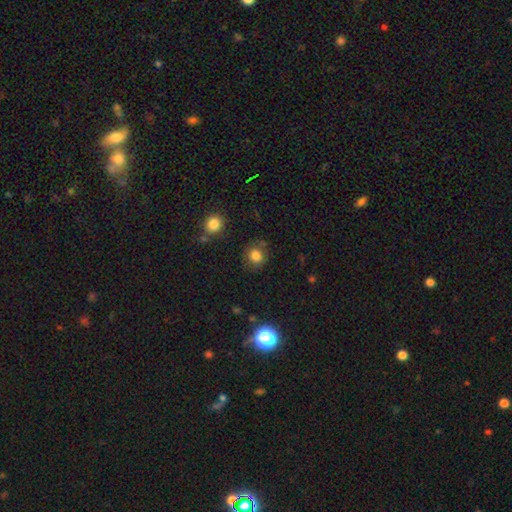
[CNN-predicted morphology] The model was most divided on "merging": none: 78%, minor disturbance: 13%, major disturbance: 4%, merger: 4%. More confident: how rounded — round (83%); smooth or featured — smooth (81%).